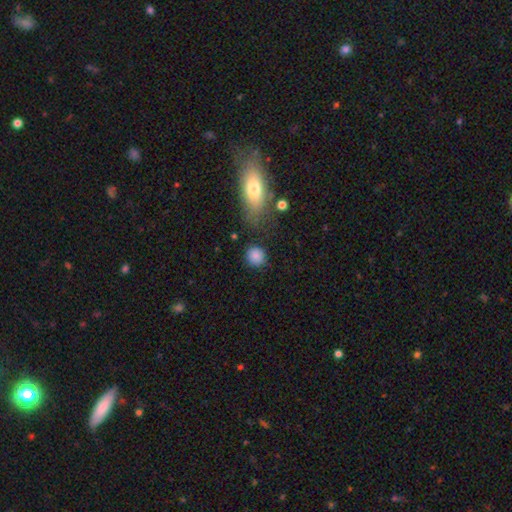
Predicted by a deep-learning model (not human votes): smooth 85%, star or artifact 10%, featured or disk 5%. Down the decision tree: how rounded — round (87%); merging — none (80%).